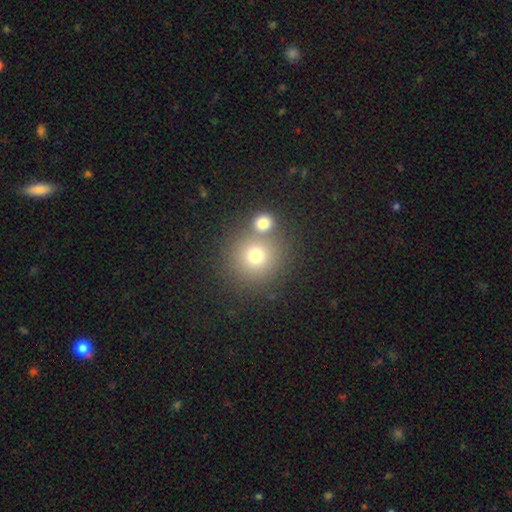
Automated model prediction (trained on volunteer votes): smooth 73%, star or artifact 15%, featured or disk 12%. Down the decision tree: how rounded — round (91%); merging — none (62%).